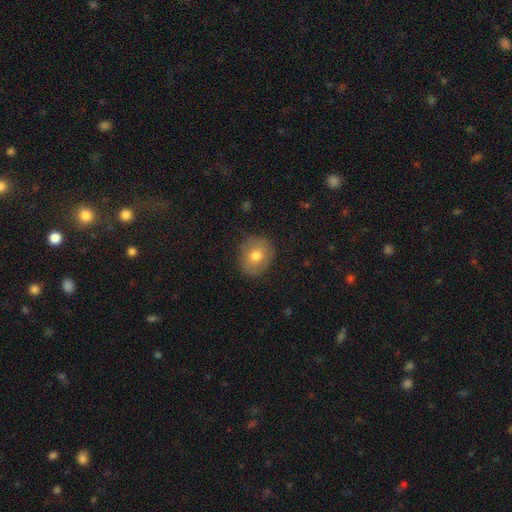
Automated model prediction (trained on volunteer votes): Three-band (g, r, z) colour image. It shows a smooth galaxy with no disk features (71%) that is round (73%). Merging: none (85%).